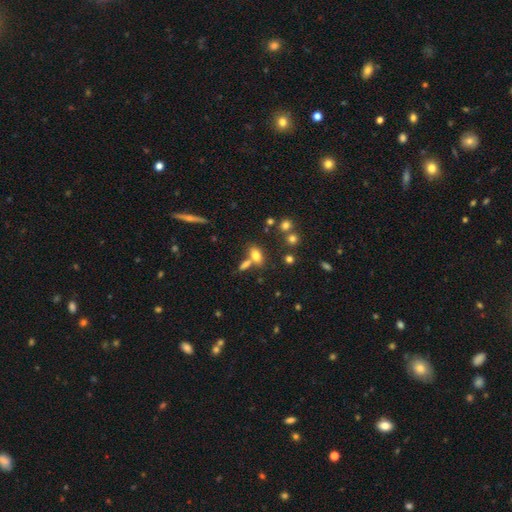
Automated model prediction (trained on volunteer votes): smooth-or-featured: smooth: 75% | featured or disk: 13% | star or artifact: 12%
  how-rounded: in between: 82% | cigar-shaped: 9% | round: 9%
  merging: none: 55% | merger: 29% | minor disturbance: 12% | major disturbance: 5%